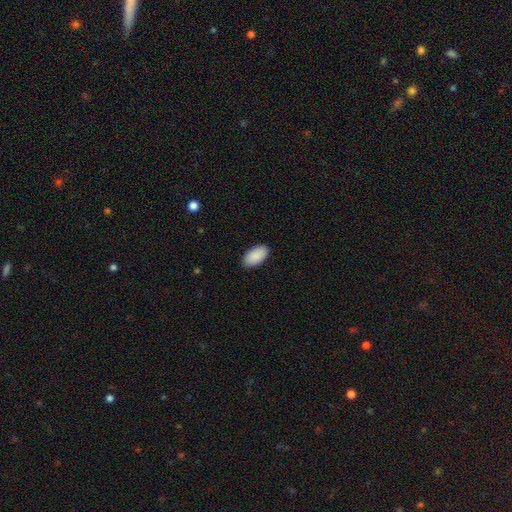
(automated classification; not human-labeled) smooth_or_featured: smooth (p=0.91) [alt: star or artifact p=0.06]
how_rounded: in between (p=0.96) [alt: round p=0.02]
merging: none (p=0.89) [alt: minor disturbance p=0.08]